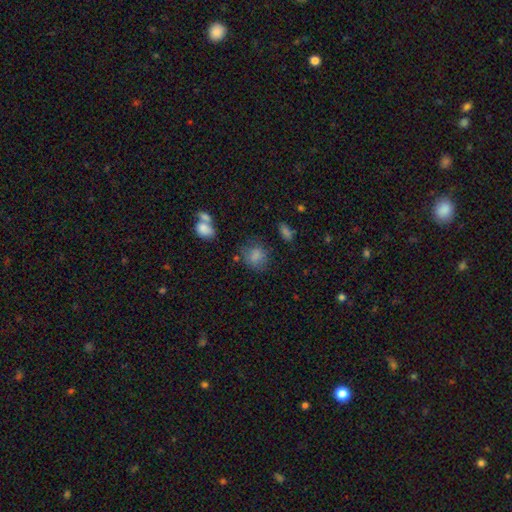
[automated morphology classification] smooth-or-featured: smooth: 81% | star or artifact: 11% | featured or disk: 8%
  how-rounded: round: 69% | in between: 30% | cigar-shaped: 1%
  merging: none: 65% | minor disturbance: 21% | major disturbance: 9% | merger: 6%